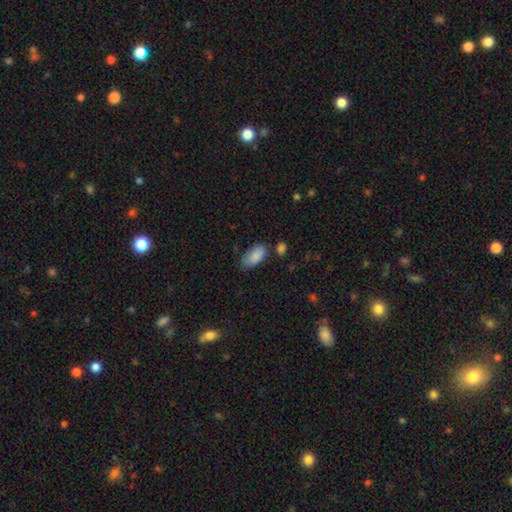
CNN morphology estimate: A smooth galaxy with no disk features (88%) that is in between round and cigar-shaped (93%).

Vote fractions:
- Smooth or featured? smooth: 88% / star or artifact: 6% / featured or disk: 5%
- How rounded? in between: 93% / cigar-shaped: 5% / round: 2%
- Merging? none: 71% / minor disturbance: 20% / merger: 5% / major disturbance: 4%